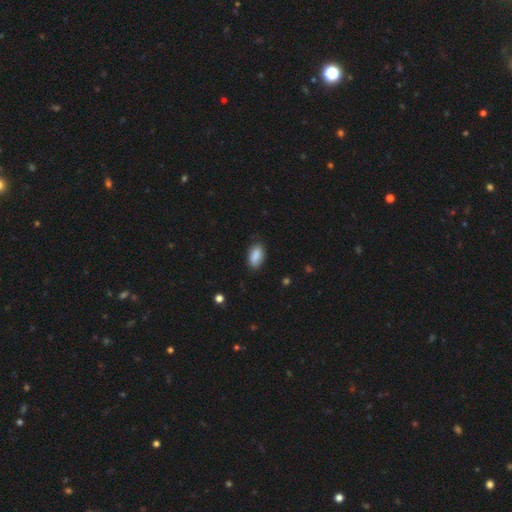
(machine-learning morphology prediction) smooth-or-featured: smooth: 88% | star or artifact: 7% | featured or disk: 5%
  how-rounded: in between: 93% | round: 4% | cigar-shaped: 3%
  merging: none: 80% | minor disturbance: 16% | major disturbance: 3% | merger: 1%